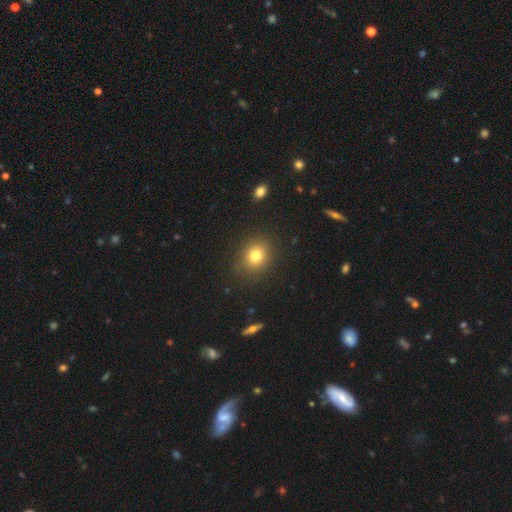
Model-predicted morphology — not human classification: Overall: smooth (78%). How rounded: round (69%; in between 30%). Merging: none (87%).